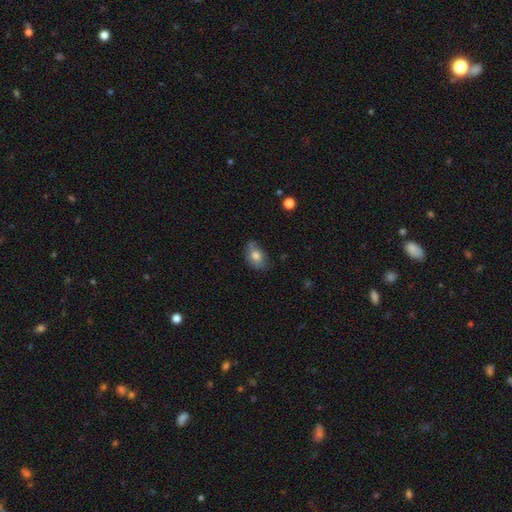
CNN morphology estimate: smooth-or-featured: smooth: 77% | featured or disk: 15% | star or artifact: 8%
  how-rounded: in between: 83% | round: 16% | cigar-shaped: 2%
  merging: none: 66% | minor disturbance: 26% | major disturbance: 5% | merger: 2%